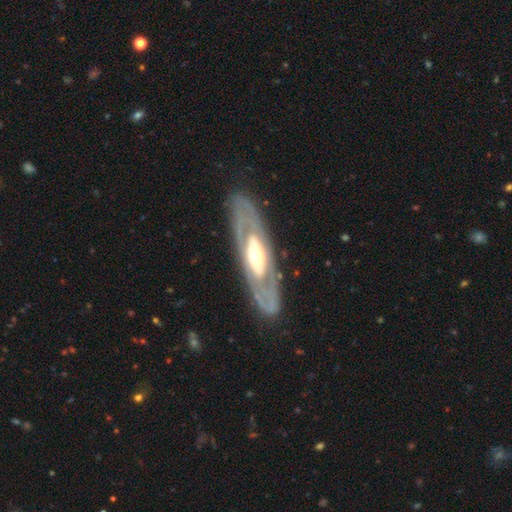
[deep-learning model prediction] smooth_or_featured: featured or disk (p=0.78) [alt: smooth p=0.17]
disk_edge_on: no (p=0.79) [alt: yes p=0.21]
bar: no (p=0.67) [alt: weak p=0.19]
has_spiral_arms: no (p=0.54) [alt: yes p=0.46]
bulge_size: moderate (p=0.65) [alt: large p=0.22]
merging: none (p=0.84) [alt: minor disturbance p=0.11]